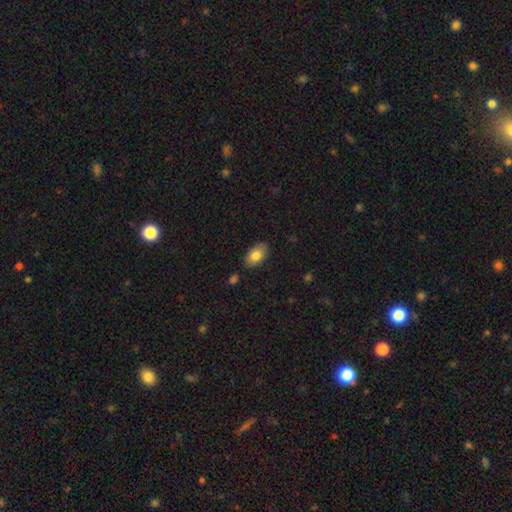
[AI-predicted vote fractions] A smooth galaxy with no disk features (81%) that is in between round and cigar-shaped (93%).

Vote fractions:
- Smooth or featured? smooth: 81% / featured or disk: 12% / star or artifact: 7%
- How rounded? in between: 93% / round: 5% / cigar-shaped: 2%
- Merging? none: 83% / minor disturbance: 13% / major disturbance: 2% / merger: 2%